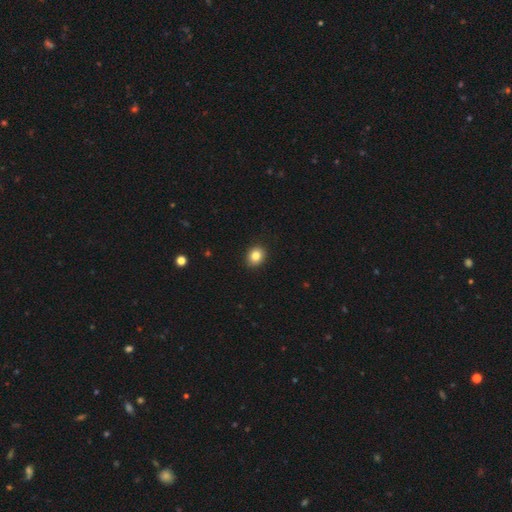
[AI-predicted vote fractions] Smooth or featured: smooth — 84% (star or artifact — 10%)
How rounded: round — 61% (in between — 39%)
Merging: none — 91% (minor disturbance — 6%)